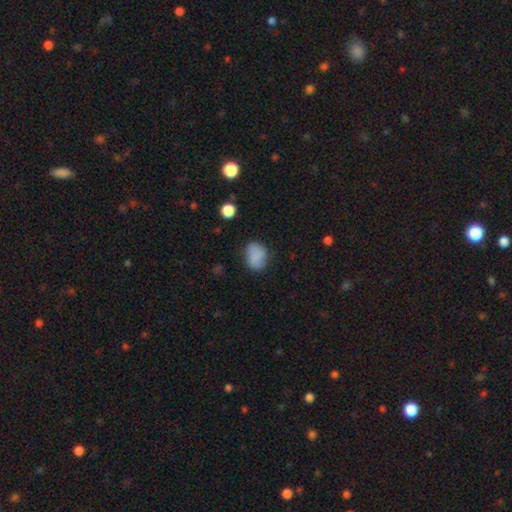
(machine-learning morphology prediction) The model was most divided on "how rounded": in between: 55%, round: 44%, cigar-shaped: 1%. More confident: smooth or featured — smooth (81%); merging — none (69%).